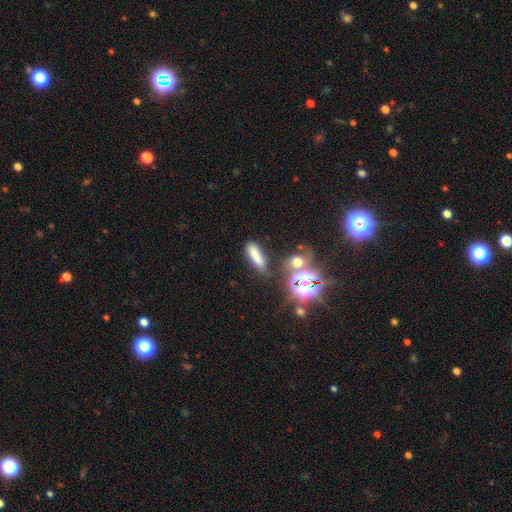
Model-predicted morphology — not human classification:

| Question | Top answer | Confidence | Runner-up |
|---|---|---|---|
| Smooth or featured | smooth | 70% | star or artifact (20%) |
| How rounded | cigar-shaped | 56% | in between (37%) |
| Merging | none | 66% | minor disturbance (15%) |